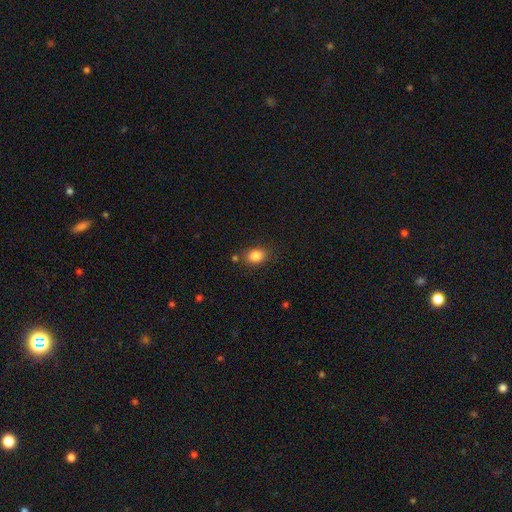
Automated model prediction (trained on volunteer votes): Morphology: type=smooth (85%); roundness=in between (62%); merging=none (80%).